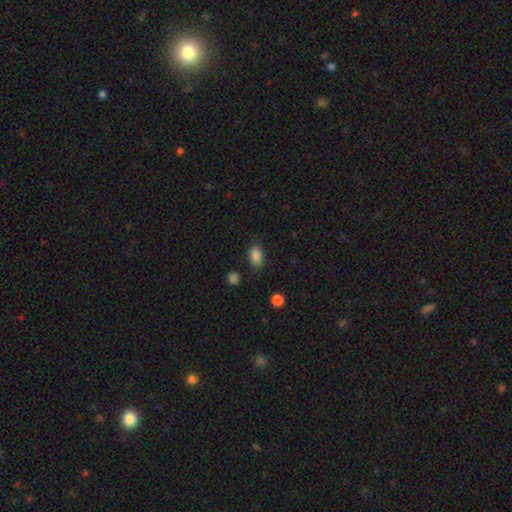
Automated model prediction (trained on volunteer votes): smooth 86%, star or artifact 10%, featured or disk 5%. Down the decision tree: how rounded — in between (84%); merging — none (78%).